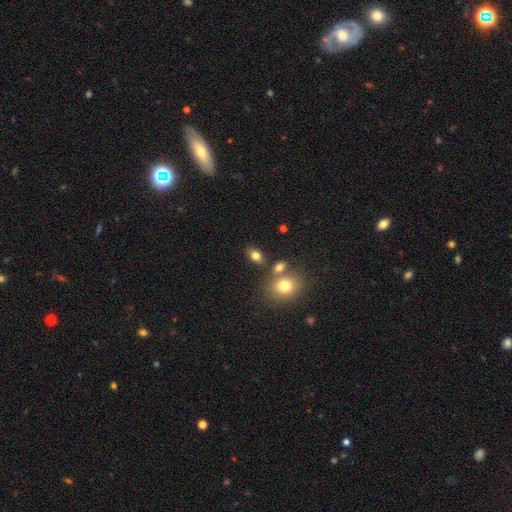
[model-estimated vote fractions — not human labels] Smooth or featured? Predicted: smooth (p=0.78). How rounded? Predicted: in between (p=0.76). Merging? Predicted: none (p=0.72).